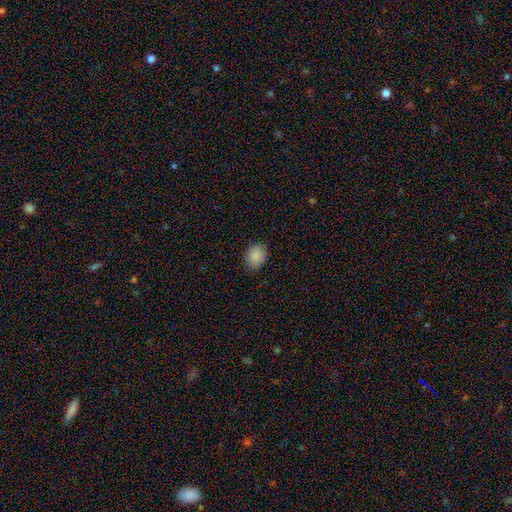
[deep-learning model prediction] A smooth galaxy with no disk features (88%) that is in between round and cigar-shaped (50%). Merging: none (88%).